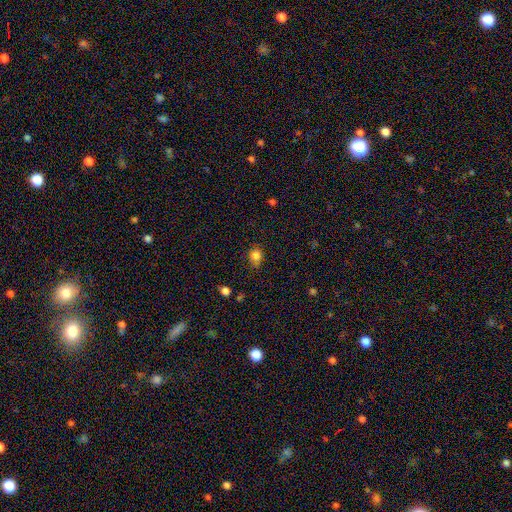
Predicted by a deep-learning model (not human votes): smooth_or_featured: smooth (p=0.82) [alt: star or artifact p=0.12]
how_rounded: round (p=0.68) [alt: in between p=0.31]
merging: none (p=0.63) [alt: minor disturbance p=0.28]